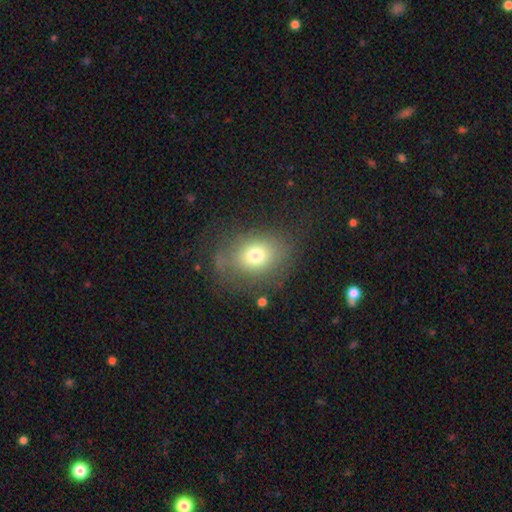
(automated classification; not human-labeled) Smooth or featured?
  - smooth: 71% *
  - featured or disk: 17%
  - star or artifact: 12%
How rounded?
  - in between: 55% *
  - round: 44%
  - cigar-shaped: 1%
Merging?
  - none: 67% *
  - minor disturbance: 20%
  - major disturbance: 11%
  - merger: 2%